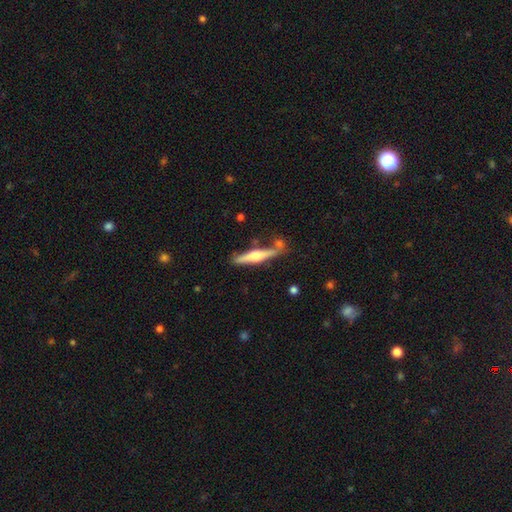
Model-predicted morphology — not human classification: The model was most divided on "smooth or featured": featured or disk: 63%, smooth: 32%, star or artifact: 6%. More confident: edge-on disk — yes (96%); edge-on bulge — rounded (89%); merging — none (74%).